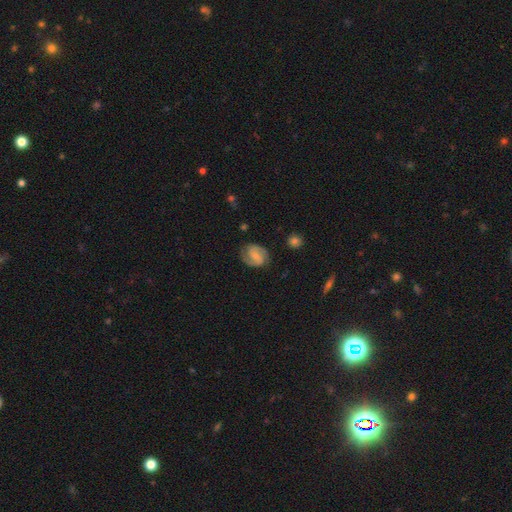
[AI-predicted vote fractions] Smooth or featured? featured or disk (75%)
Edge-on disk? no (98%)
Bar? weak (46%)
Spiral arms? yes (95%)
Spiral winding? medium (49%)
Spiral arm count? 2 (89%)
Bulge size? small (48%)
Merging? none (79%)